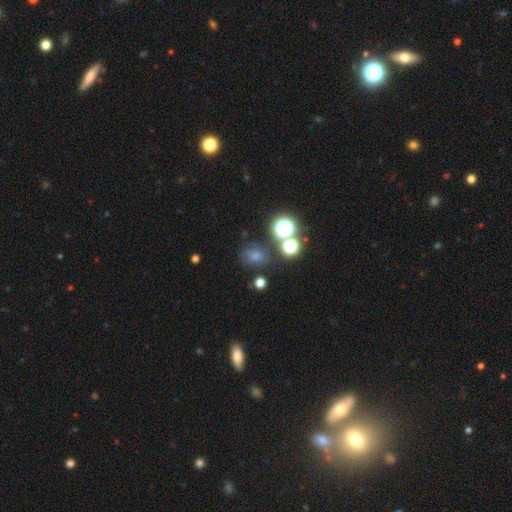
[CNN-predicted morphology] Overall: smooth (57%; star or artifact 28%). How rounded: round (51%; in between 48%). Merging: none (65%).